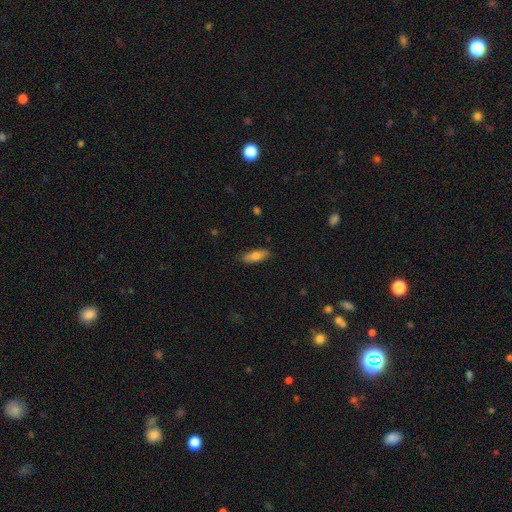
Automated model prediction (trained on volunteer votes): The model was most divided on "how rounded": in between: 64%, cigar-shaped: 34%, round: 2%. More confident: merging — none (87%); smooth or featured — smooth (76%).